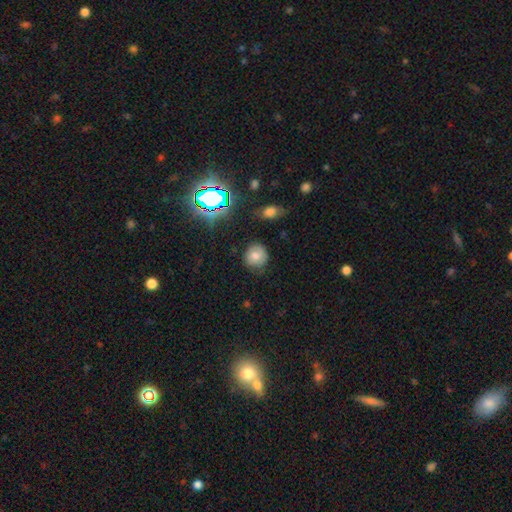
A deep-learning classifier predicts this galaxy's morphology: Overall: smooth (71%). How rounded: round (83%). Merging: none (77%).